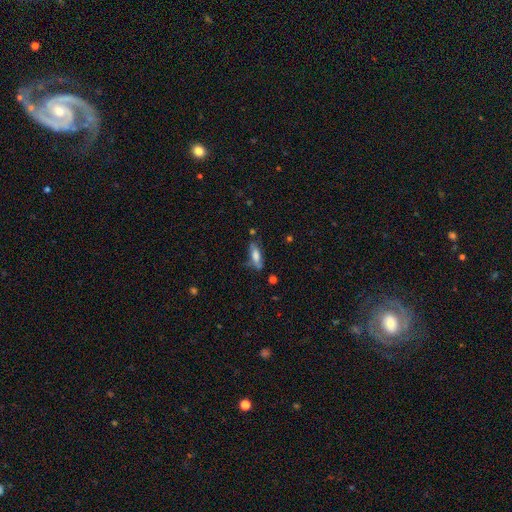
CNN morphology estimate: type=smooth (68%); roundness=in between (58%); merging=none (58%).